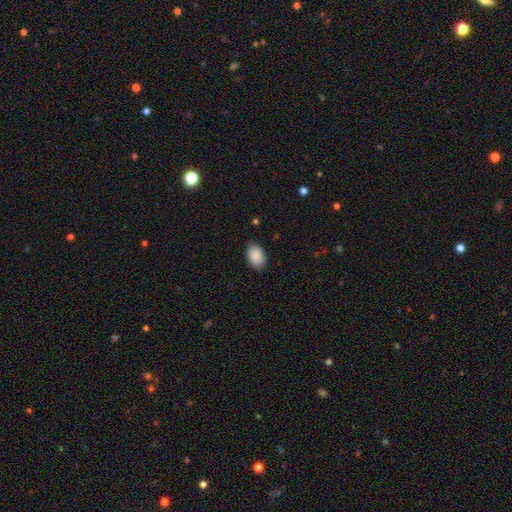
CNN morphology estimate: This appears to be a smooth galaxy with no disk features (90%) that is in between round and cigar-shaped (89%). Merging: none (87%).